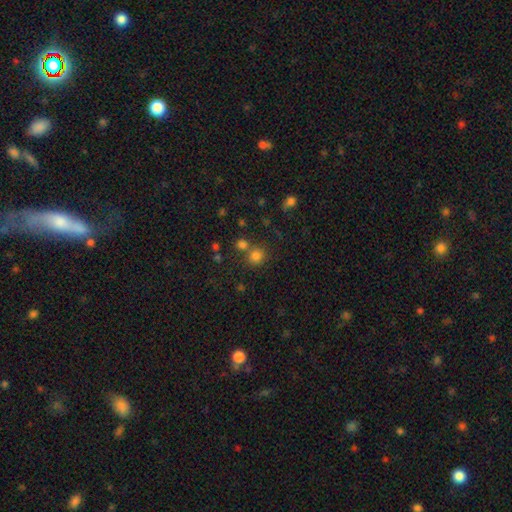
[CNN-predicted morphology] Q: Smooth or featured?
A: smooth (78%); runner-up: star or artifact (16%)
Q: How rounded?
A: round (86%); runner-up: in between (14%)
Q: Merging?
A: none (64%); runner-up: merger (24%)